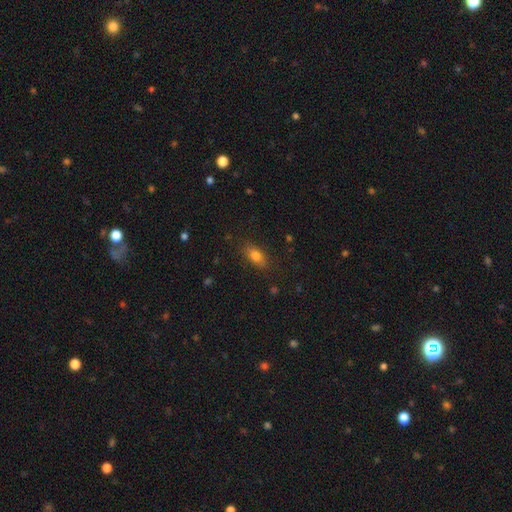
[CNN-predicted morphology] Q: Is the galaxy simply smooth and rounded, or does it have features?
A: smooth — 77%.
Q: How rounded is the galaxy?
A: in between — 80%.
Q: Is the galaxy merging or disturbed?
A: none — 82%.